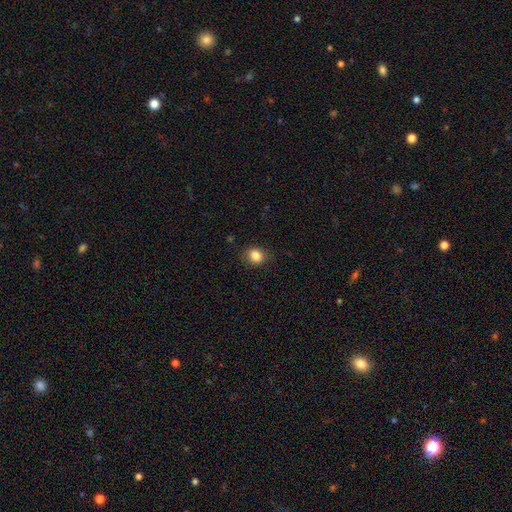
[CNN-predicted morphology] Overall: smooth (84%). How rounded: round (63%; in between 37%). Merging: none (84%).